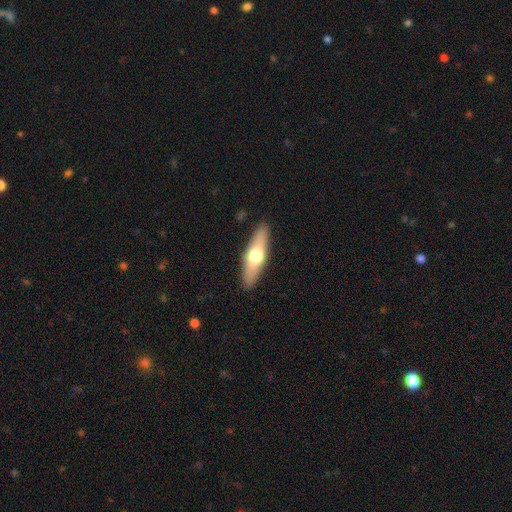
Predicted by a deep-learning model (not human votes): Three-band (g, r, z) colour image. It shows a smooth galaxy with no disk features (54%) that is cigar-shaped (62%). Merging: none (89%).